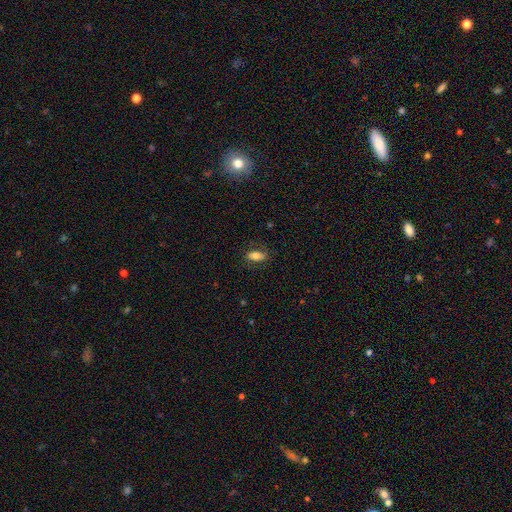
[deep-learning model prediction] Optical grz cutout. It shows a smooth galaxy with no disk features (71%) that is in between round and cigar-shaped (86%). Merging: none (75%).